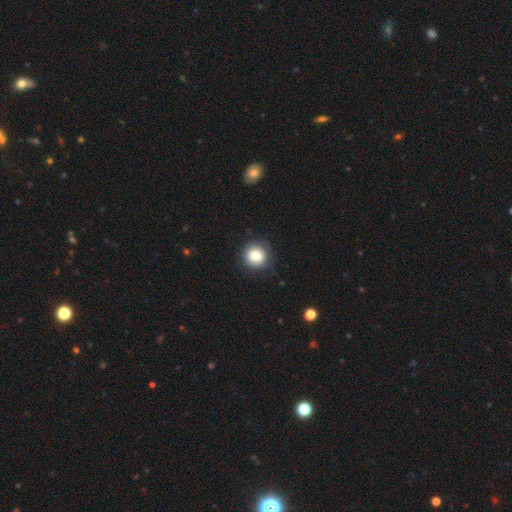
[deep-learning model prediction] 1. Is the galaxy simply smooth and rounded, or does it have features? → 83% smooth, 10% star or artifact, 7% featured or disk.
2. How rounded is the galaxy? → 92% round, 7% in between, 1% cigar-shaped.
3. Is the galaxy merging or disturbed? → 89% none, 8% minor disturbance, 2% major disturbance, 1% merger.